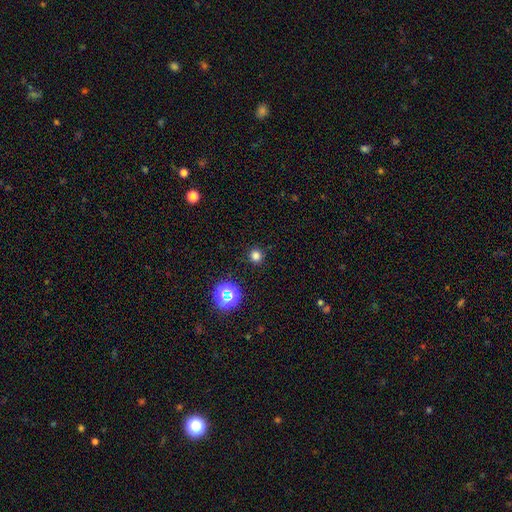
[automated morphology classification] Smooth or featured? smooth (76%)
How rounded? round (94%)
Merging? none (90%)